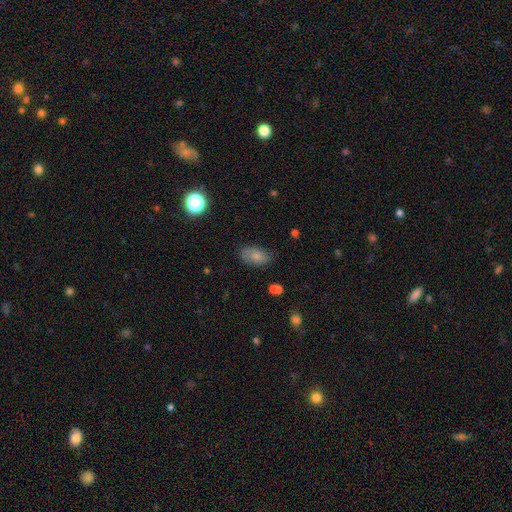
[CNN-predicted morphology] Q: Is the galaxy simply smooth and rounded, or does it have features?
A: smooth — 76%.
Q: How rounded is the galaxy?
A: in between — 91%.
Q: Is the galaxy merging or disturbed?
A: none — 71%.